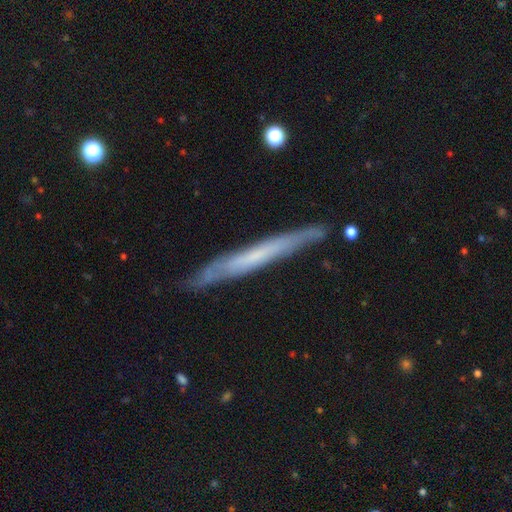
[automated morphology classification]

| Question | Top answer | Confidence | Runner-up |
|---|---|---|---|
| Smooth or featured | featured or disk | 59% | smooth (34%) |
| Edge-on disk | yes | 88% | no (12%) |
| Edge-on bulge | none | 83% | rounded (11%) |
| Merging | none | 83% | minor disturbance (13%) |